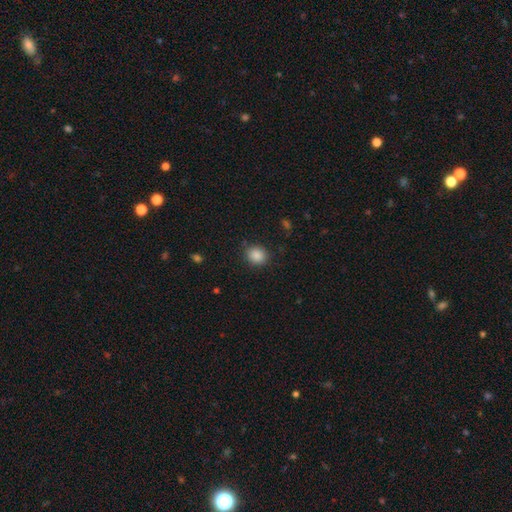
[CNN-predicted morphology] Overall: smooth (87%). How rounded: round (70%; in between 30%). Merging: none (86%).